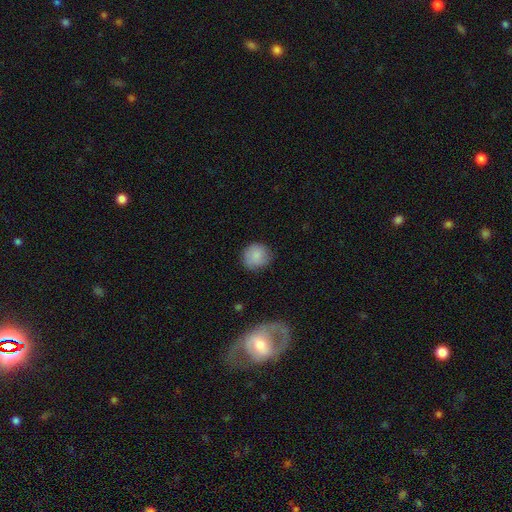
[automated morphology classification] smooth 85%, star or artifact 8%, featured or disk 8%. Down the decision tree: how rounded — round (89%); merging — none (81%).